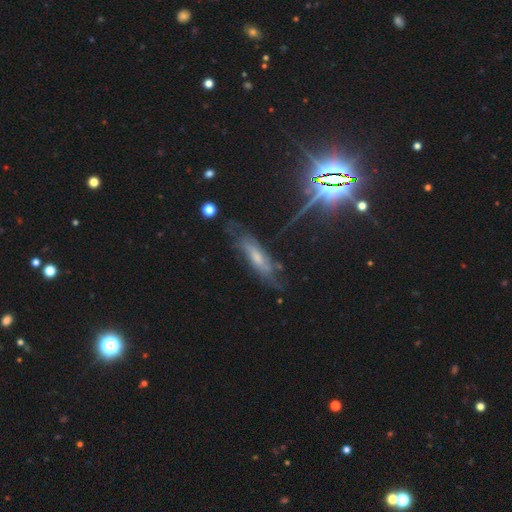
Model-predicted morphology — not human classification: Smooth or featured? featured or disk (56%)
Edge-on disk? no (58%)
Merging? none (63%)